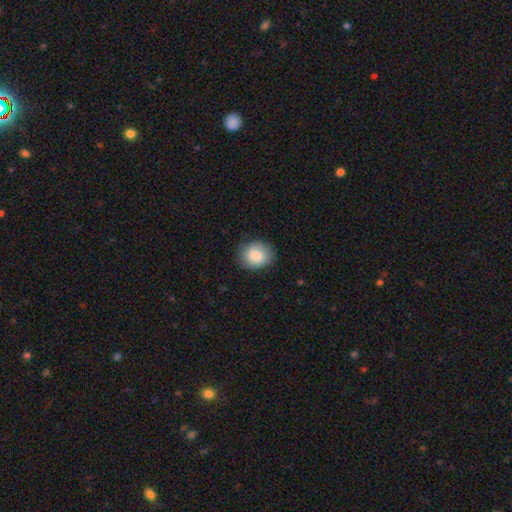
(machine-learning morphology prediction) This is clearly a smooth galaxy (83%). How rounded: likely round (66%). Merging: clearly none (84%).